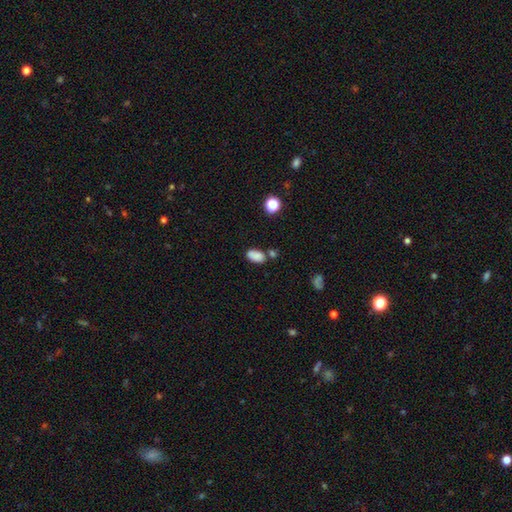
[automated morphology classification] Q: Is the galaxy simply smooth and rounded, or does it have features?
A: smooth — 82%.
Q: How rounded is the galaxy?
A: in between — 91%.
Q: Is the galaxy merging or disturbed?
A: none — 60%.